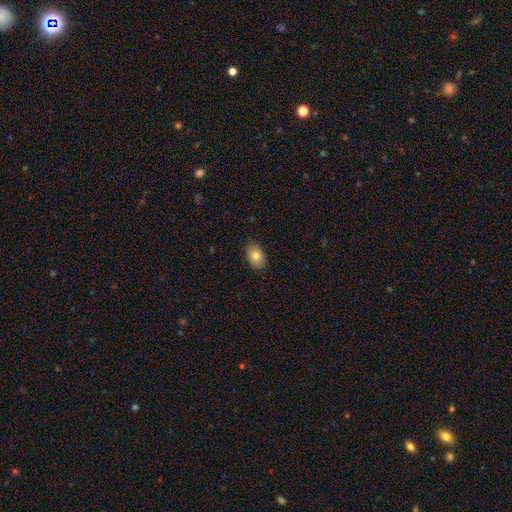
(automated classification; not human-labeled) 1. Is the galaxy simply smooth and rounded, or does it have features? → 81% smooth, 11% featured or disk, 8% star or artifact.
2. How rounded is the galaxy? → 89% in between, 10% round, 1% cigar-shaped.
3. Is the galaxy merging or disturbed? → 87% none, 10% minor disturbance, 2% major disturbance, 1% merger.